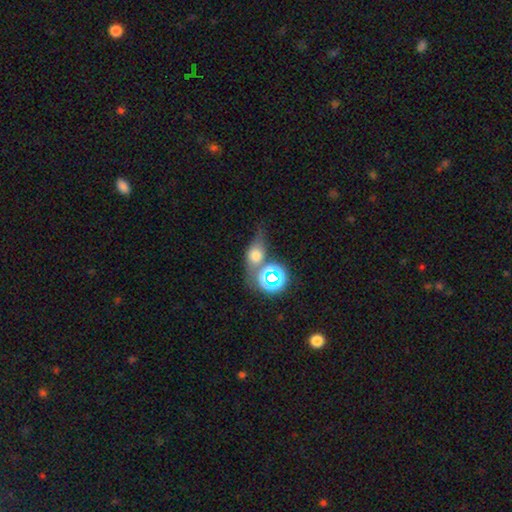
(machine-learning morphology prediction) smooth_or_featured: smooth (p=0.55) [alt: star or artifact p=0.25]
how_rounded: round (p=0.48) [alt: in between p=0.45]
merging: none (p=0.52) [alt: minor disturbance p=0.20]